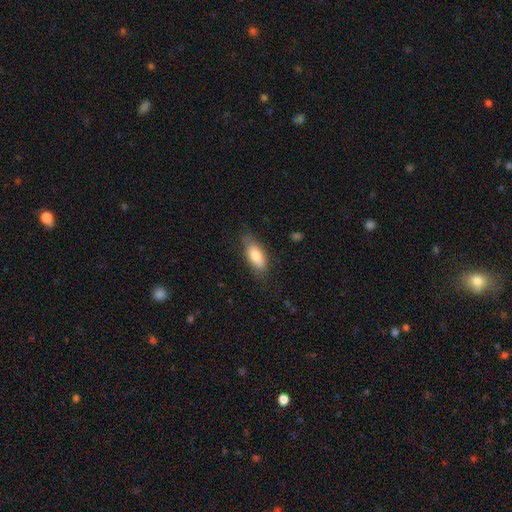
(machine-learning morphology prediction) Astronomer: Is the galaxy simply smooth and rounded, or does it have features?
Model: smooth — 78%.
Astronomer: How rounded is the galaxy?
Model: in between — 79%.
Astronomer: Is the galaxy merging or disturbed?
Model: none — 74%.